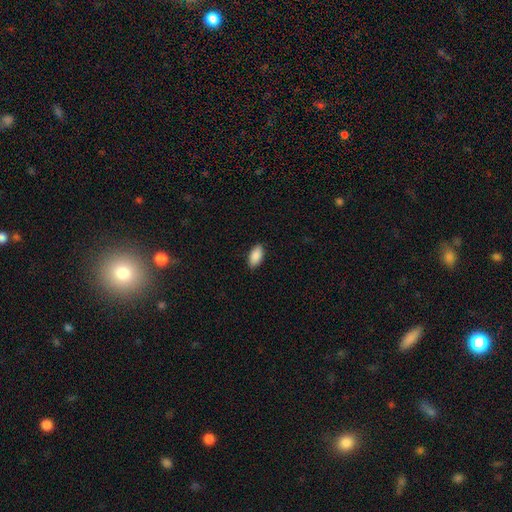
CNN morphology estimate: This is clearly a smooth galaxy (90%). How rounded: clearly in between (93%). Merging: clearly none (87%).